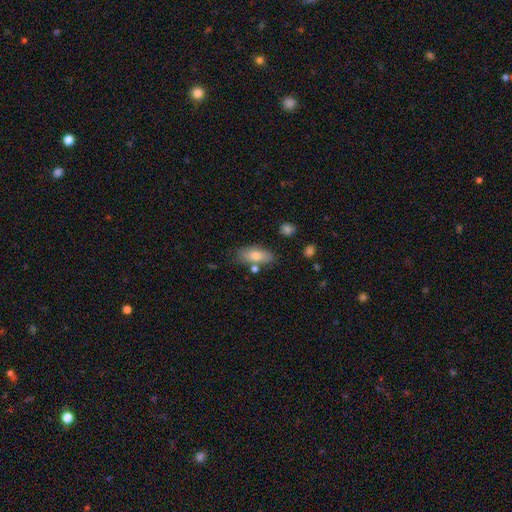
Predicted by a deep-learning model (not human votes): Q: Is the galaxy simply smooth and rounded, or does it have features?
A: smooth — 76%.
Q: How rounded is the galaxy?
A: in between — 85%.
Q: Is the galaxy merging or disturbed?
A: none — 72%.